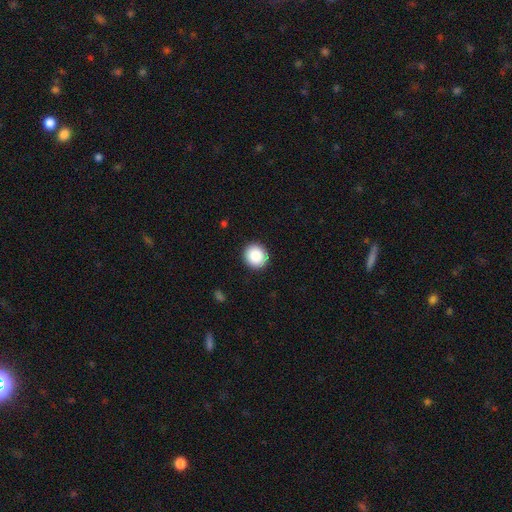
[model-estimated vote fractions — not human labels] This is clearly a smooth galaxy (87%). How rounded: clearly round (86%). Merging: clearly none (91%).